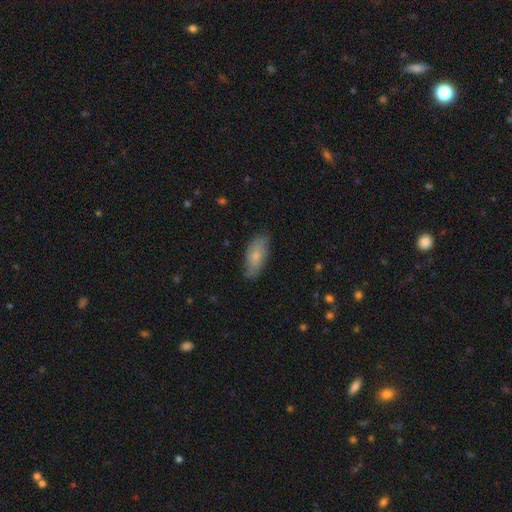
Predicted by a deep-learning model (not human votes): This is likely a smooth galaxy (74%). How rounded: clearly in between (83%). Merging: clearly none (80%).